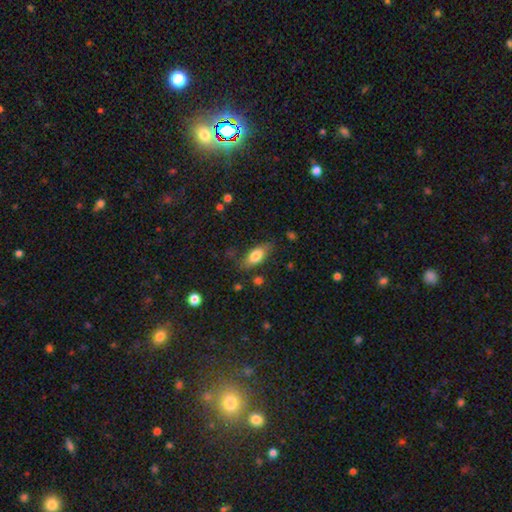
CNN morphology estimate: Smooth or featured?
  - smooth: 77% *
  - featured or disk: 16%
  - star or artifact: 7%
How rounded?
  - in between: 84% *
  - cigar-shaped: 12%
  - round: 4%
Merging?
  - none: 71% *
  - minor disturbance: 20%
  - major disturbance: 6%
  - merger: 3%